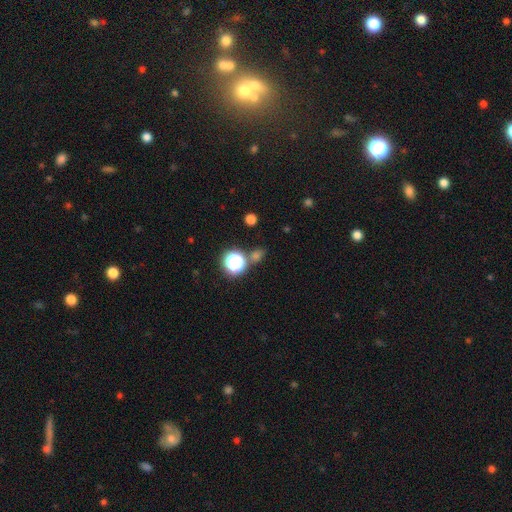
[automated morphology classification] smooth_or_featured: smooth (p=0.57) [alt: star or artifact p=0.37]
how_rounded: round (p=0.69) [alt: in between p=0.29]
merging: none (p=0.74) [alt: merger p=0.12]